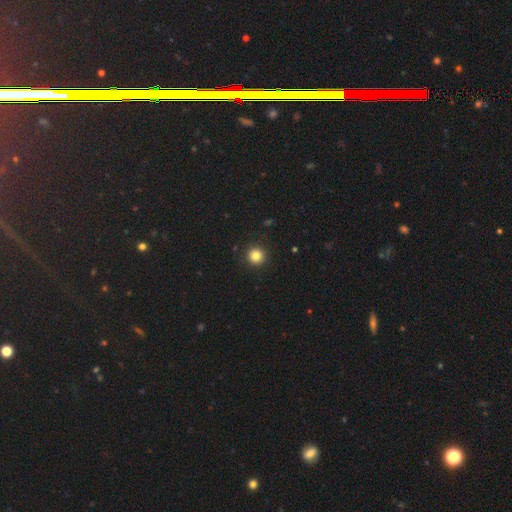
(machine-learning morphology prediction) smooth 84%, star or artifact 12%, featured or disk 5%. Down the decision tree: how rounded — round (95%); merging — none (93%).